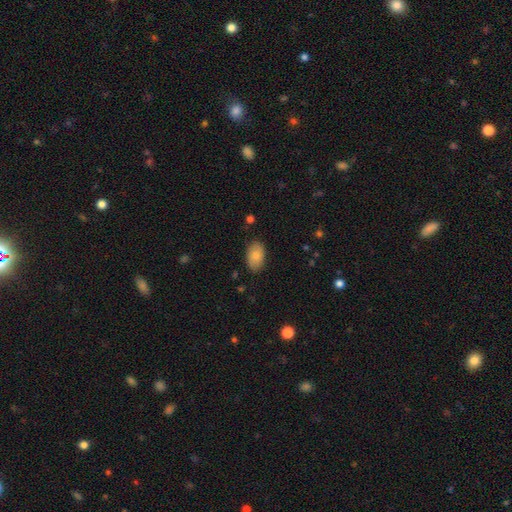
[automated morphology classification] Q: Smooth or featured?
A: smooth (82%); runner-up: featured or disk (12%)
Q: How rounded?
A: in between (93%); runner-up: round (6%)
Q: Merging?
A: none (84%); runner-up: minor disturbance (13%)